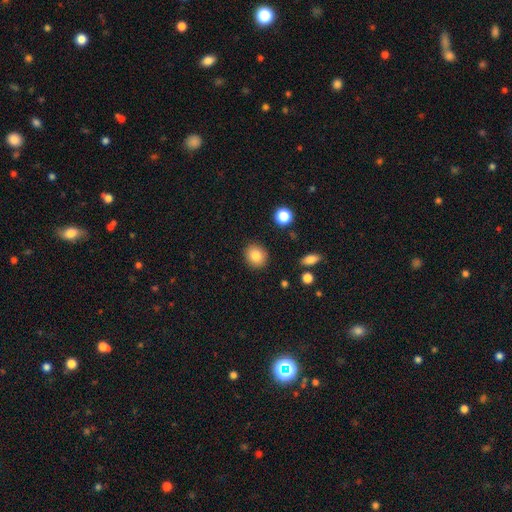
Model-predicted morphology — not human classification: Q: Smooth or featured?
A: smooth (83%); runner-up: star or artifact (9%)
Q: How rounded?
A: round (80%); runner-up: in between (19%)
Q: Merging?
A: none (90%); runner-up: minor disturbance (7%)